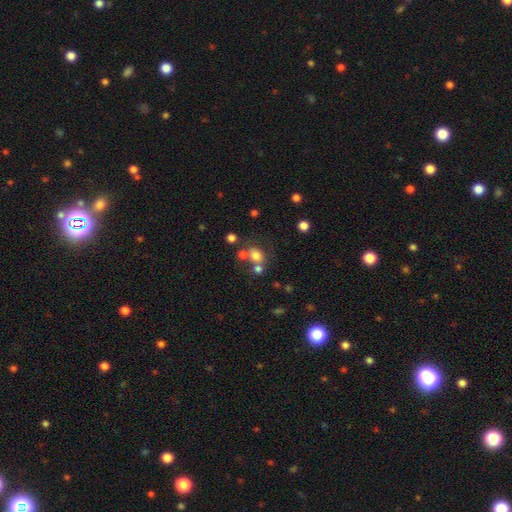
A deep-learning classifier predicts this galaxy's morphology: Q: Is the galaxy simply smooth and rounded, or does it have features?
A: smooth — 72%.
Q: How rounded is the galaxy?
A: round — 67%.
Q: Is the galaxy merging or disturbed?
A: none — 51%.